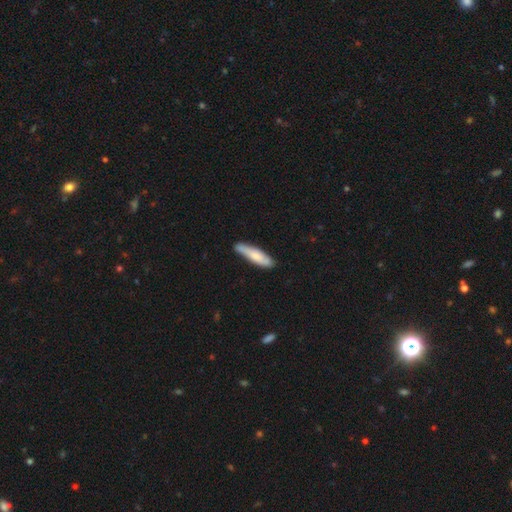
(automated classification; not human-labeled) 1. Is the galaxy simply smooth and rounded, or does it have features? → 68% smooth, 27% featured or disk, 5% star or artifact.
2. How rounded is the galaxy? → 77% cigar-shaped, 22% in between, 1% round.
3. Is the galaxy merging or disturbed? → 76% none, 19% minor disturbance, 3% major disturbance, 2% merger.